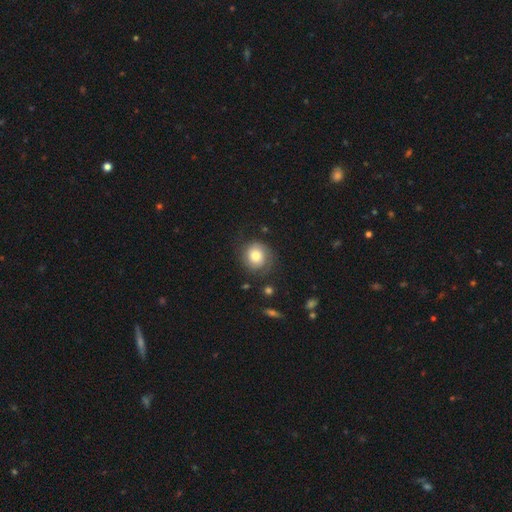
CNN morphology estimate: smooth 54%, featured or disk 39%, star or artifact 8%. Down the decision tree: how rounded — round (83%); merging — none (69%).